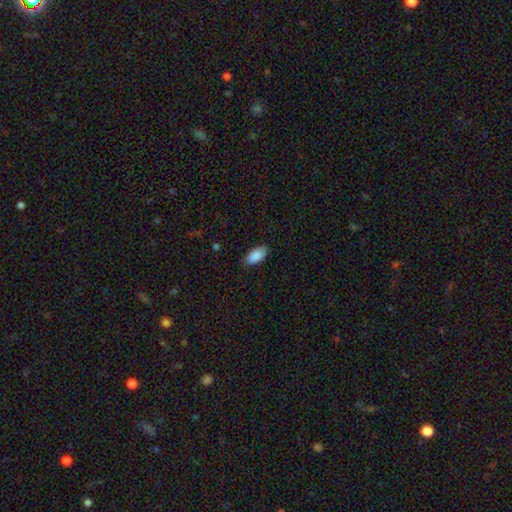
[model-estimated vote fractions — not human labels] A smooth galaxy with no disk features (89%) that is in between round and cigar-shaped (93%).

Vote fractions:
- Smooth or featured? smooth: 89% / star or artifact: 6% / featured or disk: 5%
- How rounded? in between: 93% / cigar-shaped: 4% / round: 2%
- Merging? none: 81% / minor disturbance: 15% / major disturbance: 3% / merger: 1%